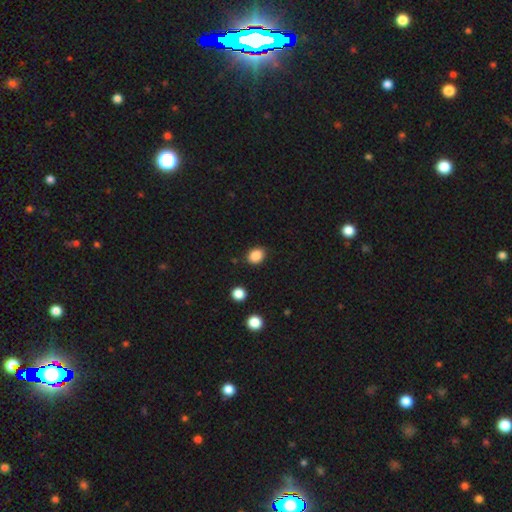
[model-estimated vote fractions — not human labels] The model was most divided on "how rounded": in between: 54%, round: 45%, cigar-shaped: 1%. More confident: smooth or featured — smooth (87%); merging — none (85%).